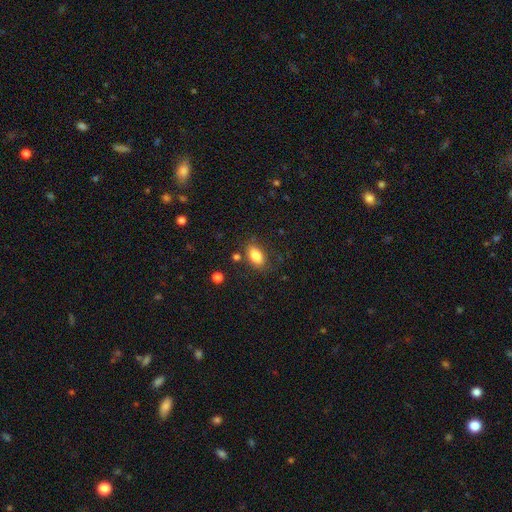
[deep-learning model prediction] Morphology: type=smooth (84%); roundness=in between (90%); merging=none (77%).